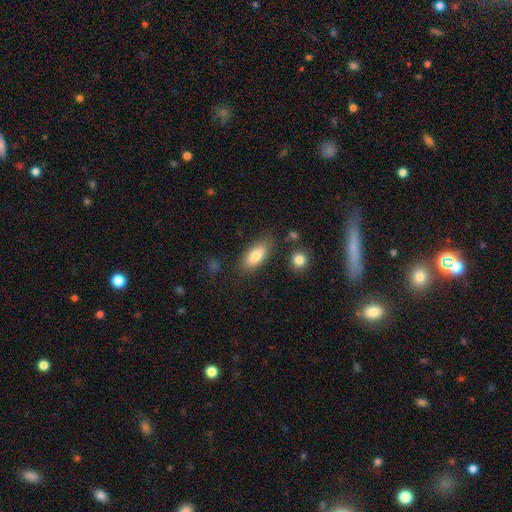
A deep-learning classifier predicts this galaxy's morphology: smooth_or_featured: smooth (p=0.81) [alt: featured or disk p=0.12]
how_rounded: in between (p=0.83) [alt: cigar-shaped p=0.14]
merging: none (p=0.78) [alt: minor disturbance p=0.14]